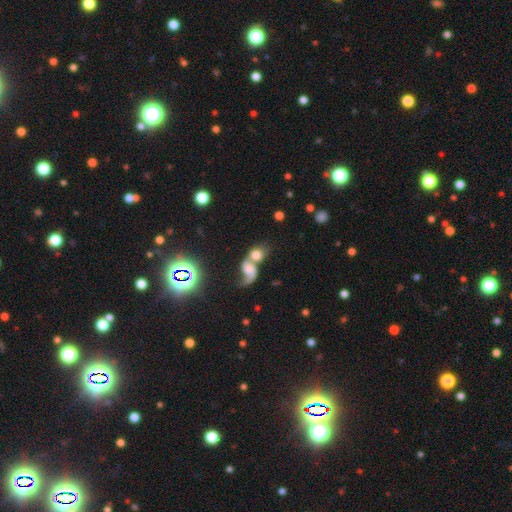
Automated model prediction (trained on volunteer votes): Q: Smooth or featured?
A: smooth (49%); runner-up: featured or disk (34%)
Q: Merging?
A: merger (69%); runner-up: none (15%)